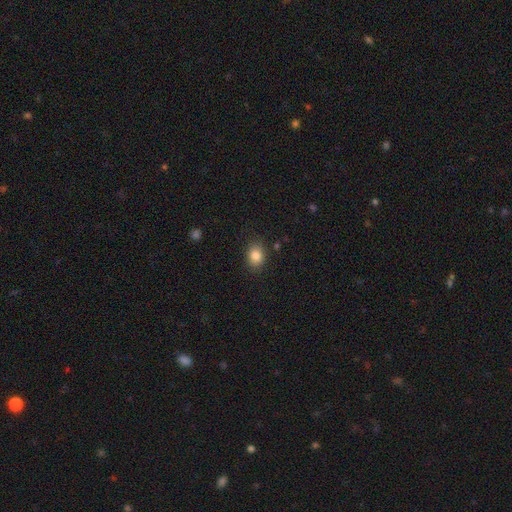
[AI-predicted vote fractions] smooth-or-featured: smooth: 84% | star or artifact: 10% | featured or disk: 7%
  how-rounded: in between: 59% | round: 40% | cigar-shaped: 1%
  merging: none: 85% | minor disturbance: 11% | major disturbance: 3% | merger: 1%